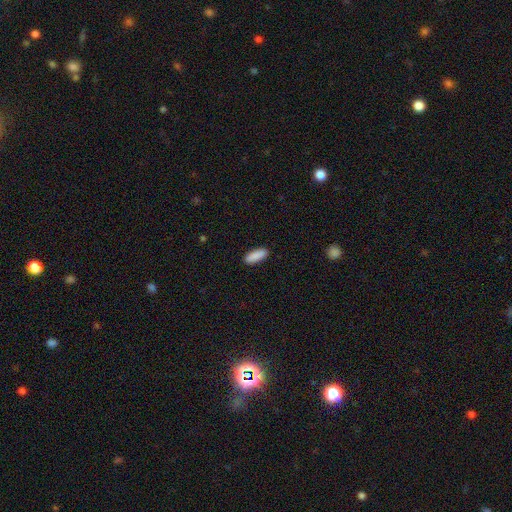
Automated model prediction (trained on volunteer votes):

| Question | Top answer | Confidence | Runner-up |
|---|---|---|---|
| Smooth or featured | smooth | 90% | star or artifact (6%) |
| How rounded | in between | 63% | cigar-shaped (35%) |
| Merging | none | 90% | minor disturbance (7%) |